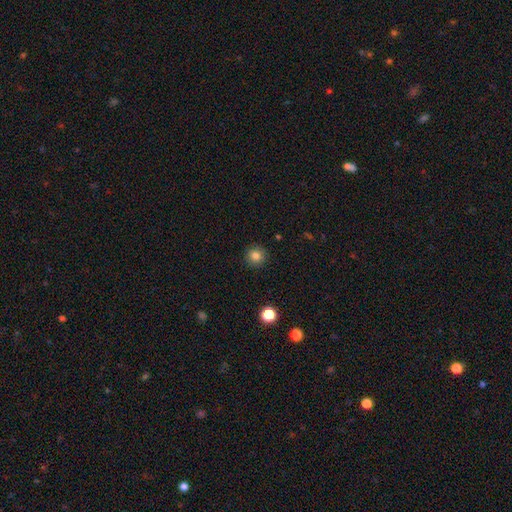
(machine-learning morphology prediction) This is clearly a smooth galaxy (82%). How rounded: clearly round (93%). Merging: clearly none (91%).